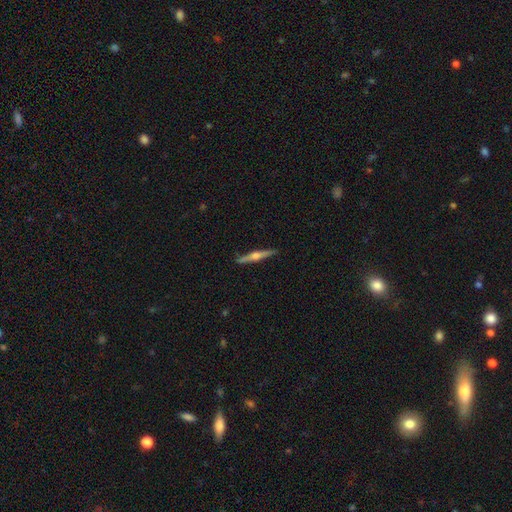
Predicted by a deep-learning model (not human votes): The model was most divided on "smooth or featured": featured or disk: 72%, smooth: 23%, star or artifact: 5%. More confident: edge-on disk — yes (98%); merging — none (90%); edge-on bulge — rounded (90%).